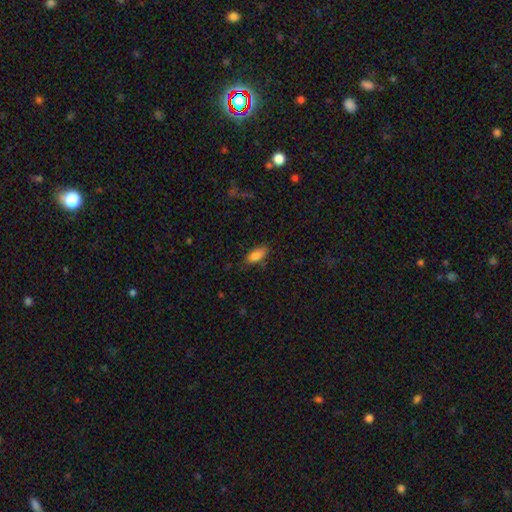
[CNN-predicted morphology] Smooth or featured? Predicted: smooth (p=0.84). How rounded? Predicted: in between (p=0.86). Merging? Predicted: none (p=0.75).